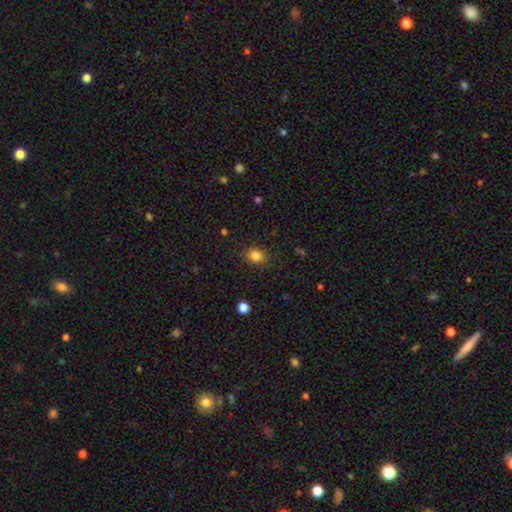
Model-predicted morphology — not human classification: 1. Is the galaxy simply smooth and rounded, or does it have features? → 84% smooth, 11% star or artifact, 5% featured or disk.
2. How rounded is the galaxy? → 55% round, 44% in between, 1% cigar-shaped.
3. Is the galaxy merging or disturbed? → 86% none, 10% minor disturbance, 3% major disturbance, 1% merger.